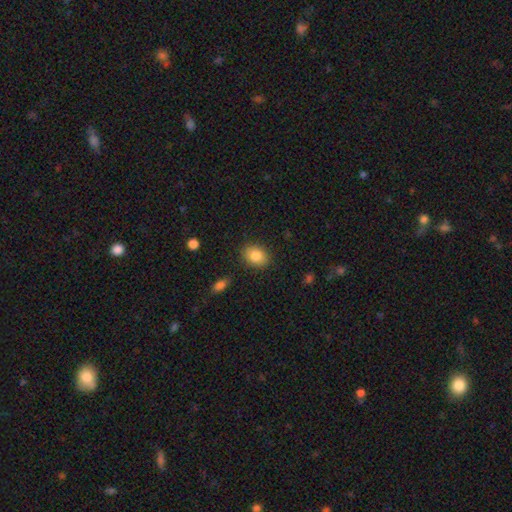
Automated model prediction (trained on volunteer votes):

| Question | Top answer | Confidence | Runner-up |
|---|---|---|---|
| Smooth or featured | smooth | 84% | star or artifact (9%) |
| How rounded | in between | 57% | round (42%) |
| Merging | none | 87% | minor disturbance (9%) |